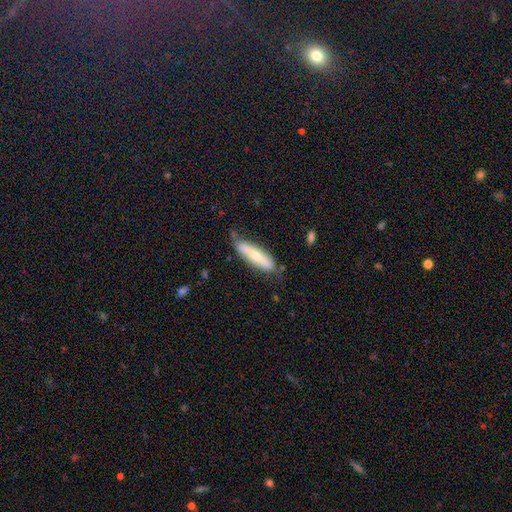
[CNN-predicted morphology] This appears to be a smooth galaxy with no disk features (53%) that is cigar-shaped (74%). Merging: none (67%).